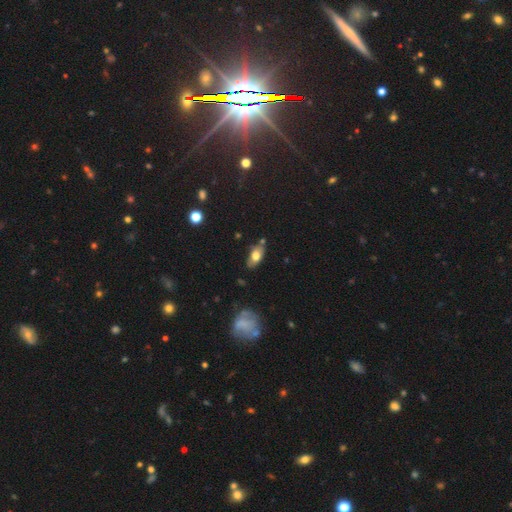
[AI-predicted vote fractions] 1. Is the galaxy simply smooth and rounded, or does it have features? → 67% smooth, 25% featured or disk, 8% star or artifact.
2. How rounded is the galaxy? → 87% in between, 8% cigar-shaped, 6% round.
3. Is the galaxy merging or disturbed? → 73% none, 19% minor disturbance, 5% merger, 4% major disturbance.